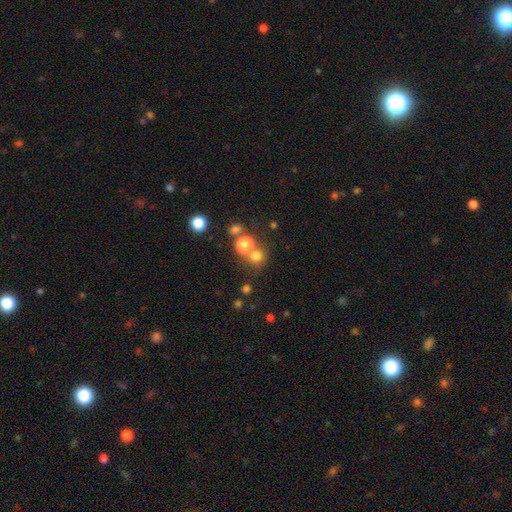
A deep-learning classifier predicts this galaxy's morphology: Smooth or featured: smooth — 71% (star or artifact — 21%)
How rounded: round — 86% (in between — 13%)
Merging: none — 63% (merger — 24%)